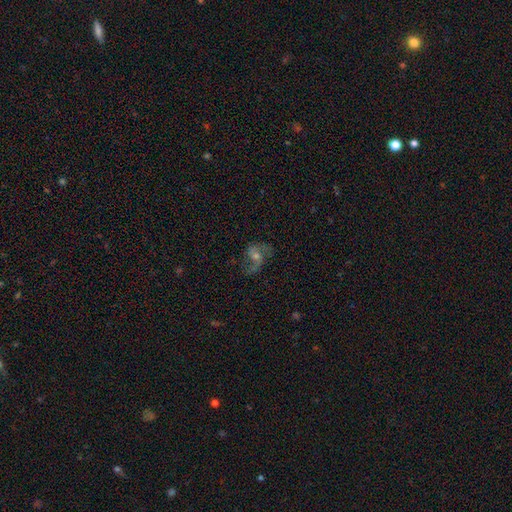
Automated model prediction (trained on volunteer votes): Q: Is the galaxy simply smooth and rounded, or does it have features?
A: featured or disk — 77%.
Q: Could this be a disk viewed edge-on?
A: no — 97%.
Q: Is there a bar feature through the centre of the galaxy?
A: no — 51%.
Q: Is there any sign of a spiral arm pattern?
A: yes — 93%.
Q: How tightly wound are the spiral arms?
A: loose — 57%.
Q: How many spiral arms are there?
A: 2 — 86%.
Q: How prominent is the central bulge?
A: moderate — 48%.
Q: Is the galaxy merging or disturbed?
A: none — 67%.